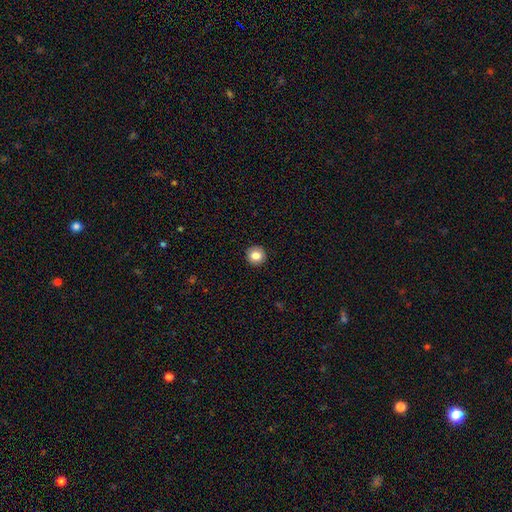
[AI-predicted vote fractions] Morphology: type=smooth (84%); roundness=round (94%); merging=none (93%).